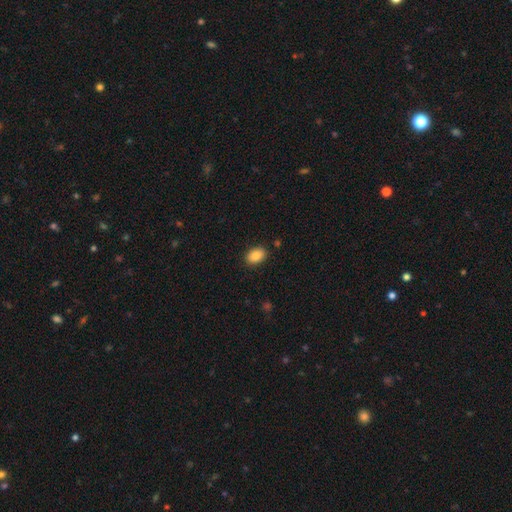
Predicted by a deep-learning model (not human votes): Smooth or featured: smooth — 87% (star or artifact — 8%)
How rounded: in between — 83% (round — 16%)
Merging: none — 87% (minor disturbance — 9%)